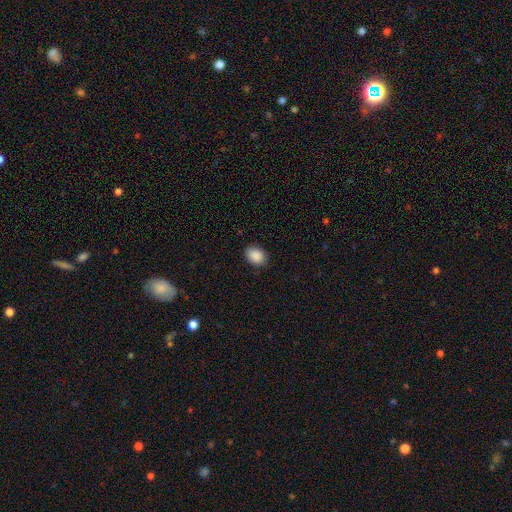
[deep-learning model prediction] smooth-or-featured: smooth: 90% | star or artifact: 8% | featured or disk: 3%
  how-rounded: in between: 65% | round: 34% | cigar-shaped: 1%
  merging: none: 86% | minor disturbance: 11% | major disturbance: 2% | merger: 1%